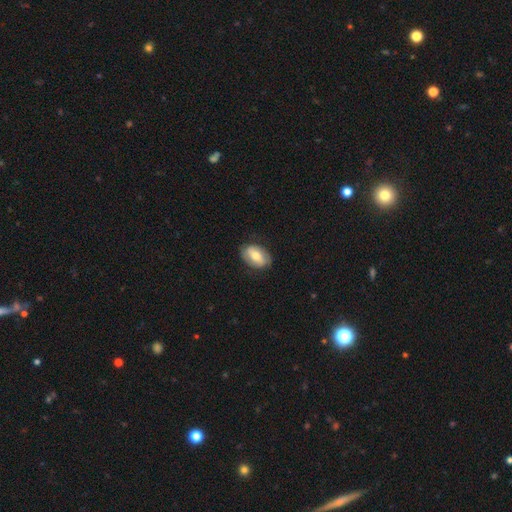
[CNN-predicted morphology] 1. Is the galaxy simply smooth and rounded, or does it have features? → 57% smooth, 36% featured or disk, 7% star or artifact.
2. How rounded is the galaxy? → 86% in between, 13% round, 2% cigar-shaped.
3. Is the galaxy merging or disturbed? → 81% none, 14% minor disturbance, 4% major disturbance, 1% merger.